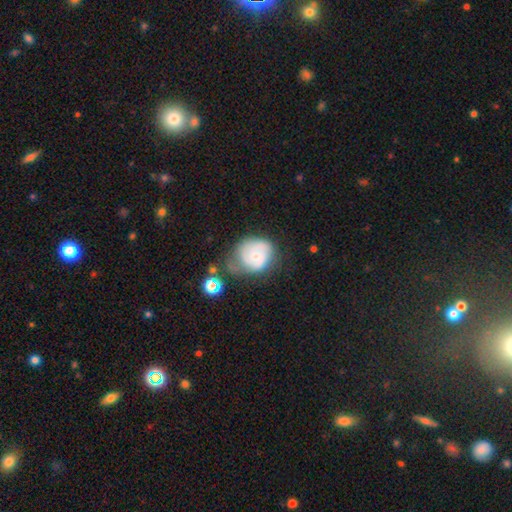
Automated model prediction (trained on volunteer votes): A featured or disk galaxy (55%) with no bar (74%), spiral arms (71%) and a small central bulge (50%). Merging: none (34%).